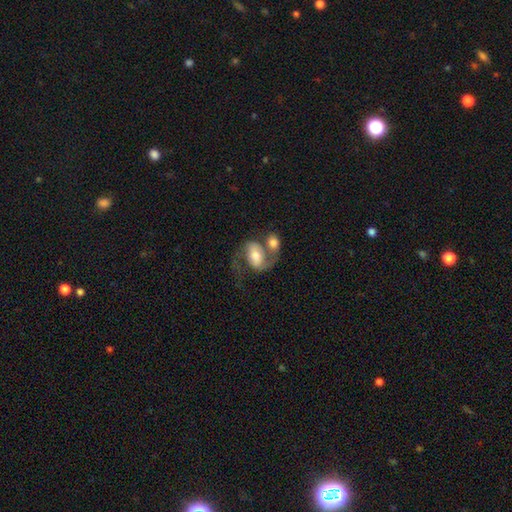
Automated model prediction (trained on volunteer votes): The model was most divided on "bar": weak: 39%, no: 38%, strong: 23%. Remaining: edge-on disk — no (96%); spiral arms — yes (85%); spiral arm count — 2 (83%); smooth or featured — featured or disk (62%); bulge size — moderate (54%); merging — merger (52%); spiral winding — loose (47%).